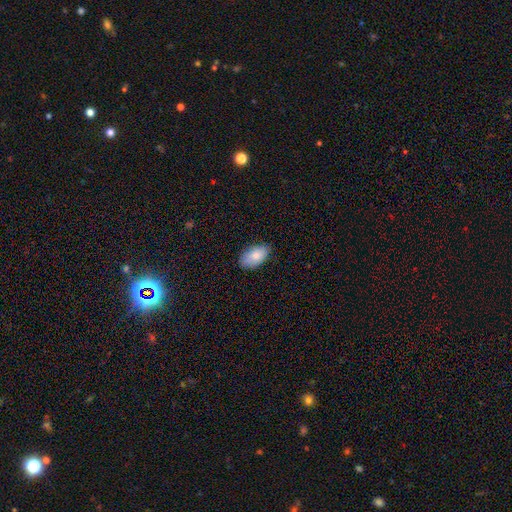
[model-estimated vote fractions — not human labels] Smooth or featured: smooth — 83% (featured or disk — 10%)
How rounded: in between — 94% (round — 4%)
Merging: none — 82% (minor disturbance — 14%)